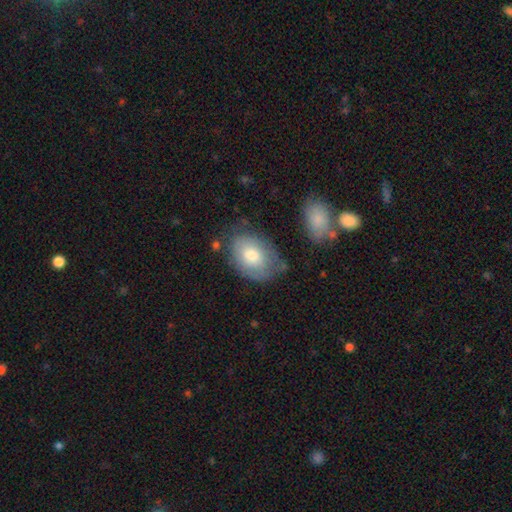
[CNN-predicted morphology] smooth-or-featured: smooth: 69% | featured or disk: 24% | star or artifact: 7%
  how-rounded: in between: 78% | round: 21% | cigar-shaped: 1%
  merging: none: 60% | minor disturbance: 26% | major disturbance: 10% | merger: 4%